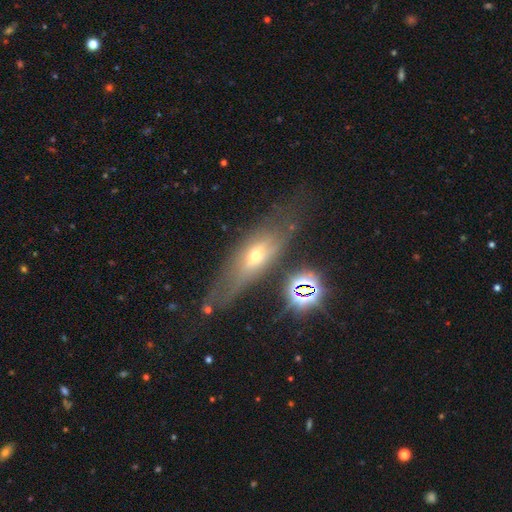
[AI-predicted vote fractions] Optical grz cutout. It shows a featured or disk galaxy (52%) viewed edge-on (60%). Merging: none (55%).